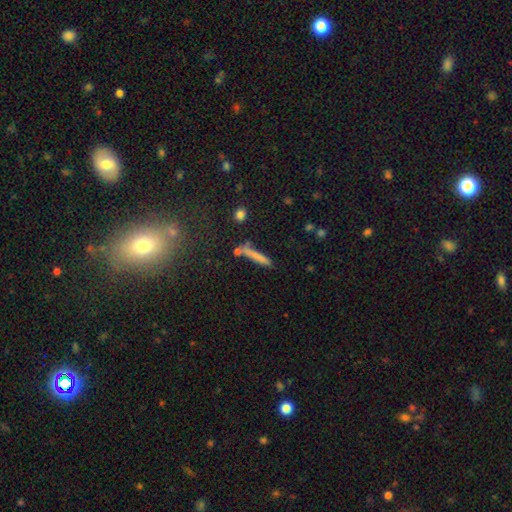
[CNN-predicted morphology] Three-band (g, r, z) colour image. It shows a smooth galaxy with no disk features (73%) that is cigar-shaped (93%). Merging: none (73%).